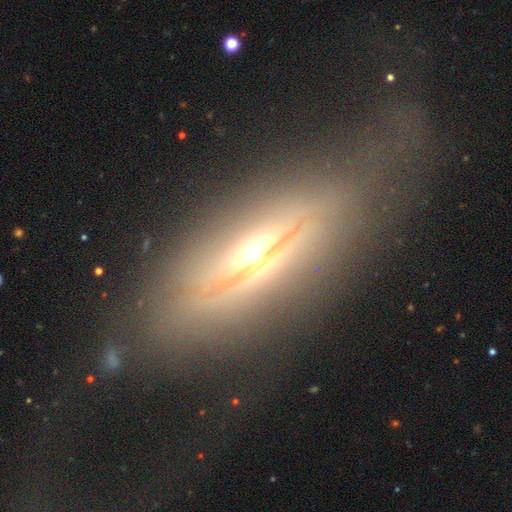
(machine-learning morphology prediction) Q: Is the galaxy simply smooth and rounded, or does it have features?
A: featured or disk — 73%.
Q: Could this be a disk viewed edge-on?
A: yes — 80%.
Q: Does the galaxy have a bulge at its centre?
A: rounded — 89%.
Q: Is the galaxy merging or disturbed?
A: none — 59%.